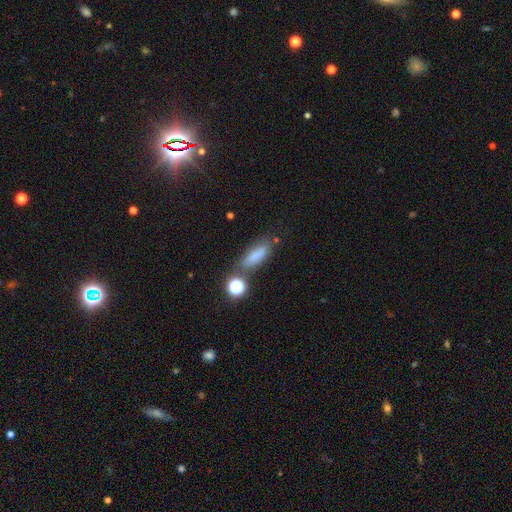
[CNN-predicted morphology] A smooth galaxy with no disk features (75%) that is in between round and cigar-shaped (58%).

Vote fractions:
- Smooth or featured? smooth: 75% / star or artifact: 14% / featured or disk: 11%
- How rounded? in between: 58% / cigar-shaped: 36% / round: 6%
- Merging? none: 64% / minor disturbance: 18% / merger: 11% / major disturbance: 7%